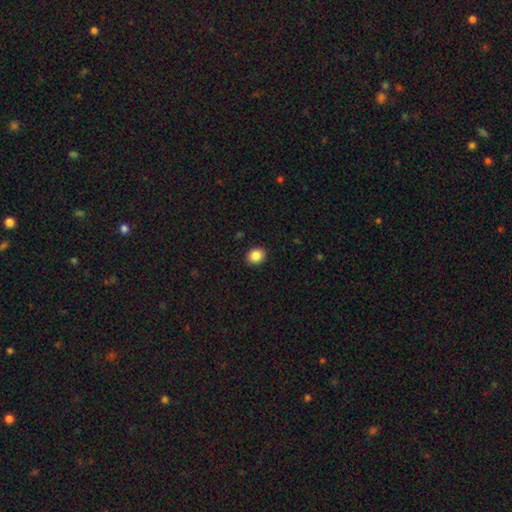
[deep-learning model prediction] Smooth or featured? Predicted: smooth (p=0.87). How rounded? Predicted: round (p=0.66). Merging? Predicted: none (p=0.92).